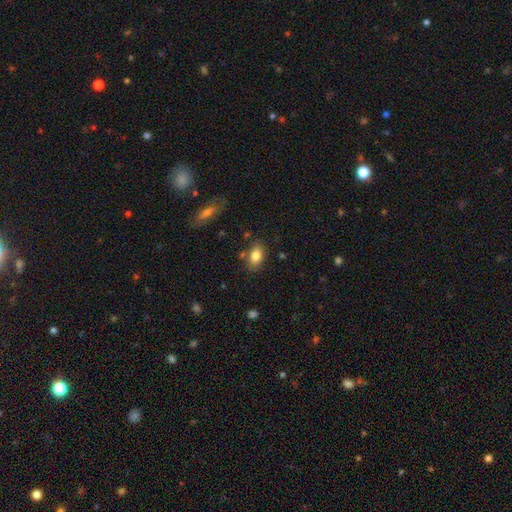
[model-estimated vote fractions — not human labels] A smooth galaxy with no disk features (82%) that is in between round and cigar-shaped (87%).

Vote fractions:
- Smooth or featured? smooth: 82% / featured or disk: 10% / star or artifact: 8%
- How rounded? in between: 87% / round: 11% / cigar-shaped: 2%
- Merging? none: 79% / minor disturbance: 13% / merger: 5% / major disturbance: 3%